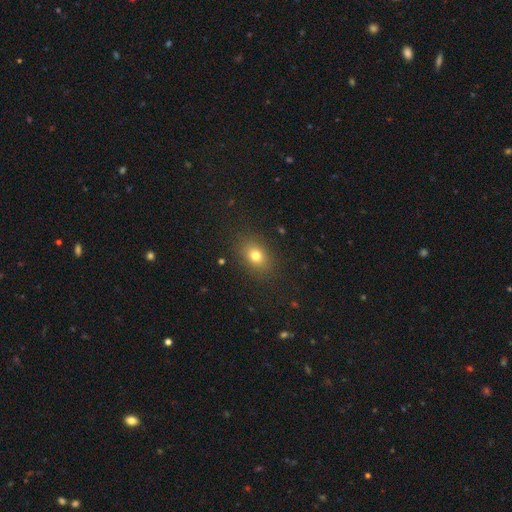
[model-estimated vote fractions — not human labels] Smooth or featured? Predicted: smooth (p=0.76). How rounded? Predicted: in between (p=0.64). Merging? Predicted: none (p=0.86).